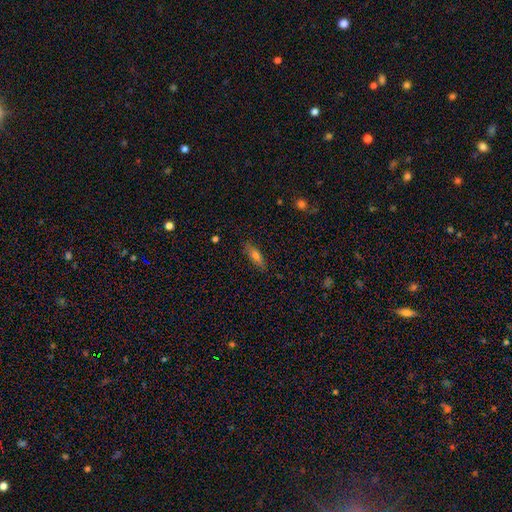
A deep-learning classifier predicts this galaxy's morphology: A smooth galaxy with no disk features (62%) that is cigar-shaped (54%). Merging: none (85%).